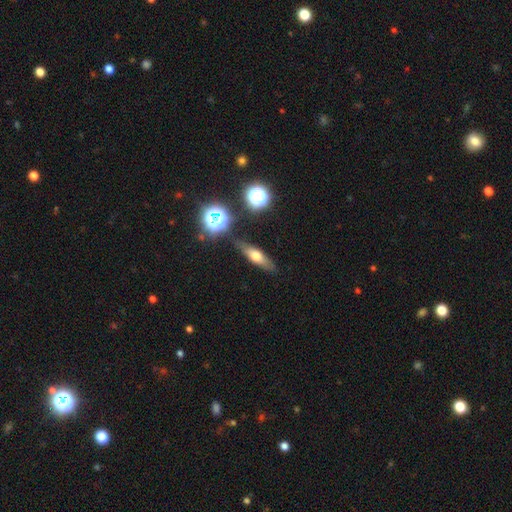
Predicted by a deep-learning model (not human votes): Smooth or featured? smooth (49%)
Merging? none (83%)